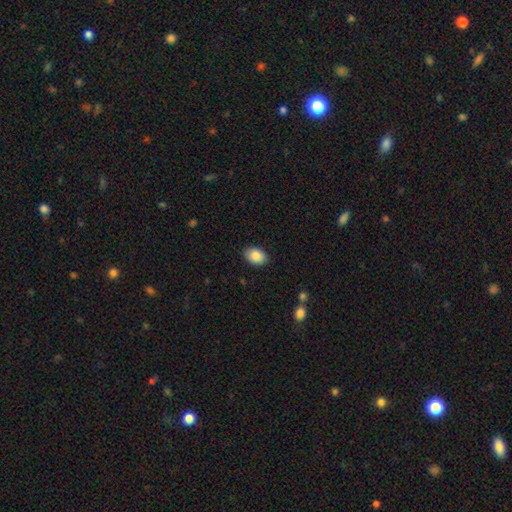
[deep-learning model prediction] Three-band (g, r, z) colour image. It shows a smooth galaxy with no disk features (88%) that is in between round and cigar-shaped (80%). Merging: none (88%).